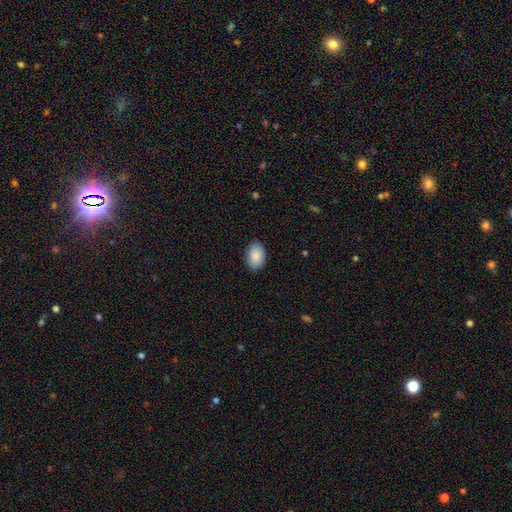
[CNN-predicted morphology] Smooth or featured: smooth — 89% (star or artifact — 6%)
How rounded: in between — 87% (round — 12%)
Merging: none — 87% (minor disturbance — 10%)